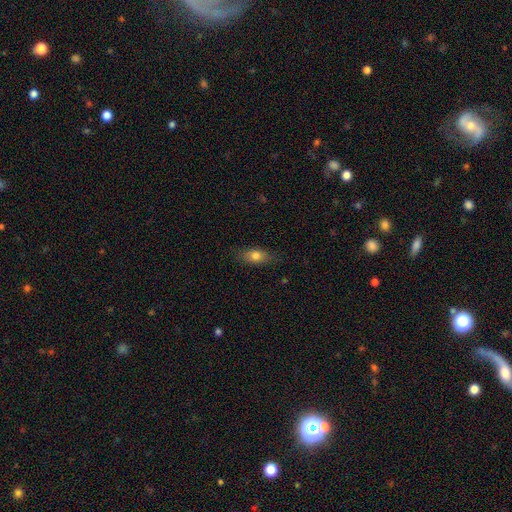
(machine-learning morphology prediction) smooth_or_featured: smooth (p=0.75) [alt: featured or disk p=0.17]
how_rounded: in between (p=0.78) [alt: cigar-shaped p=0.14]
merging: none (p=0.81) [alt: minor disturbance p=0.15]